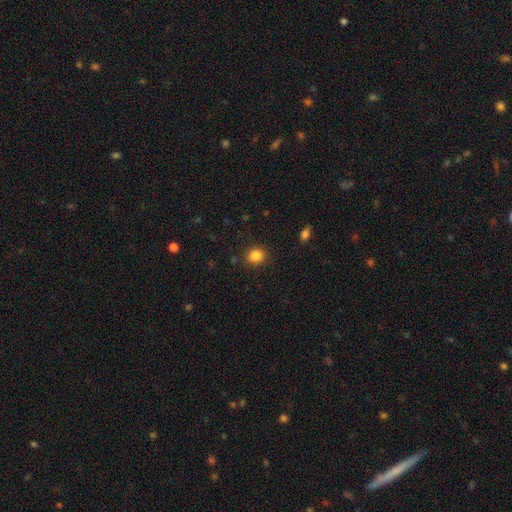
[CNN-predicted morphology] Q: Smooth or featured?
A: smooth (85%); runner-up: star or artifact (11%)
Q: How rounded?
A: round (80%); runner-up: in between (19%)
Q: Merging?
A: none (89%); runner-up: minor disturbance (7%)